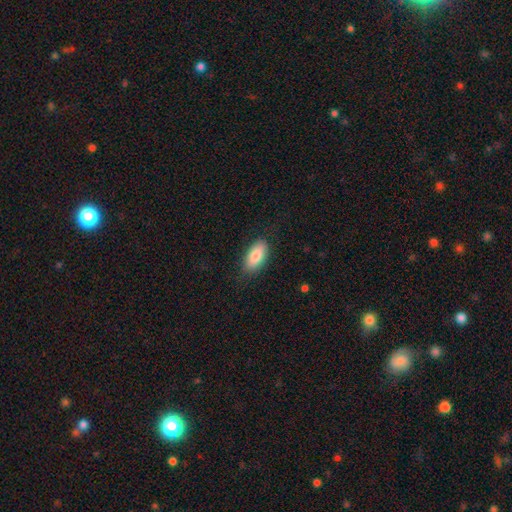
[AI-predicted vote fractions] A smooth galaxy with no disk features (84%) that is in between round and cigar-shaped (91%).

Vote fractions:
- Smooth or featured? smooth: 84% / featured or disk: 10% / star or artifact: 6%
- How rounded? in between: 91% / cigar-shaped: 6% / round: 3%
- Merging? none: 82% / minor disturbance: 13% / major disturbance: 3% / merger: 1%